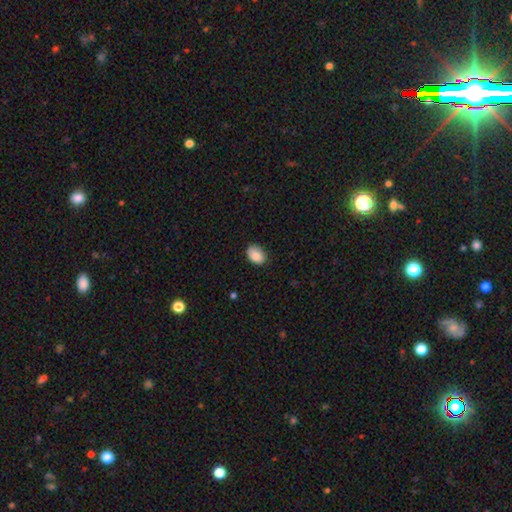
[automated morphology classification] smooth-or-featured: smooth: 88% | star or artifact: 7% | featured or disk: 5%
  how-rounded: in between: 83% | round: 16% | cigar-shaped: 1%
  merging: none: 78% | minor disturbance: 18% | major disturbance: 3% | merger: 1%